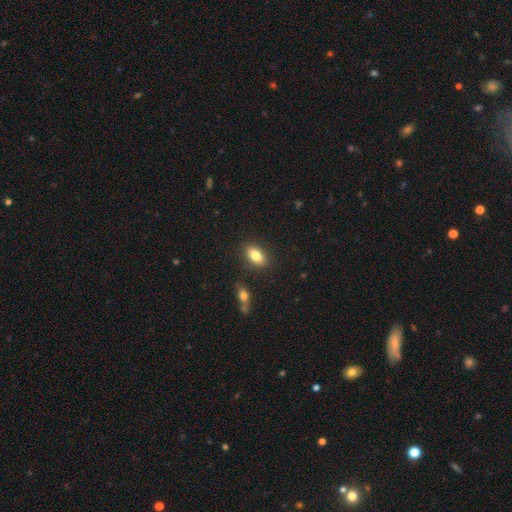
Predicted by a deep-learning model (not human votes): Overall: smooth (83%). How rounded: in between (88%). Merging: none (86%).